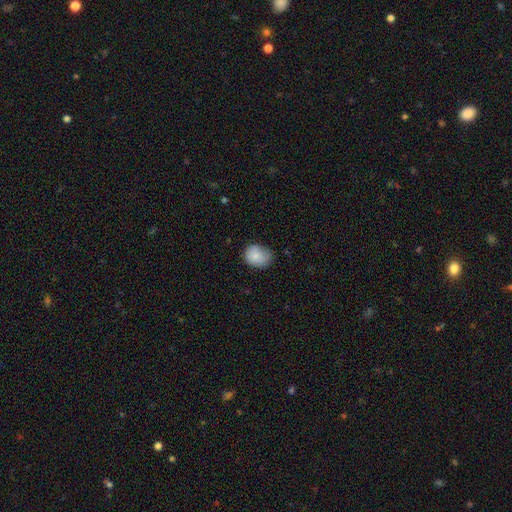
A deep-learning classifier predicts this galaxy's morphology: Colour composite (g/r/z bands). It shows a smooth galaxy with no disk features (83%) that is round (53%). Merging: none (59%).